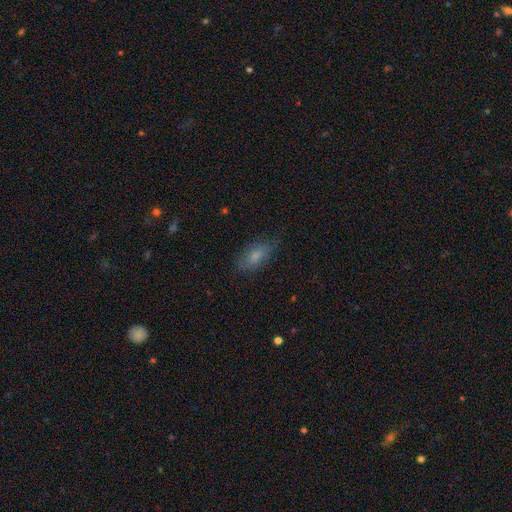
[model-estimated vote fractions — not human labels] smooth_or_featured: smooth (p=0.72) [alt: featured or disk p=0.19]
how_rounded: in between (p=0.83) [alt: cigar-shaped p=0.12]
merging: none (p=0.73) [alt: minor disturbance p=0.20]